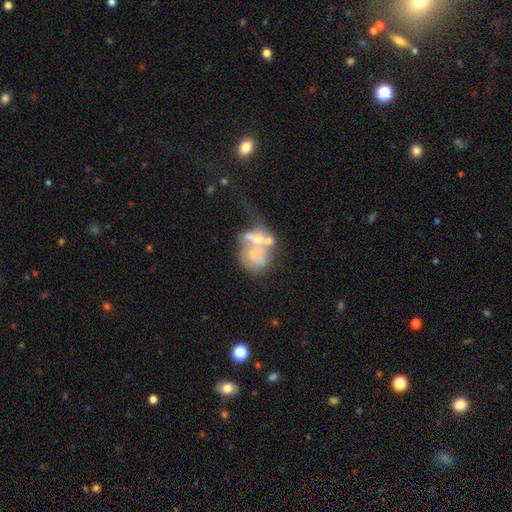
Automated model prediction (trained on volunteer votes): smooth_or_featured: featured or disk (p=0.53) [alt: smooth p=0.35]
disk_edge_on: no (p=0.96) [alt: yes p=0.04]
bar: no (p=0.86) [alt: weak p=0.10]
has_spiral_arms: no (p=0.89) [alt: yes p=0.11]
bulge_size: moderate (p=0.36) [alt: small p=0.31]
merging: merger (p=0.57) [alt: major disturbance p=0.20]